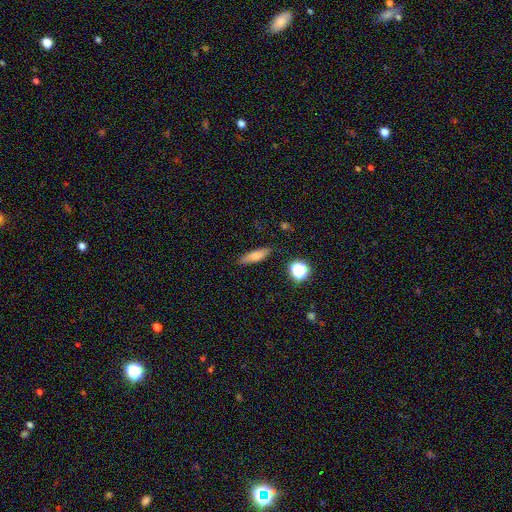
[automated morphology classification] smooth_or_featured: smooth (p=0.73) [alt: featured or disk p=0.17]
how_rounded: cigar-shaped (p=0.54) [alt: in between p=0.41]
merging: none (p=0.84) [alt: minor disturbance p=0.11]